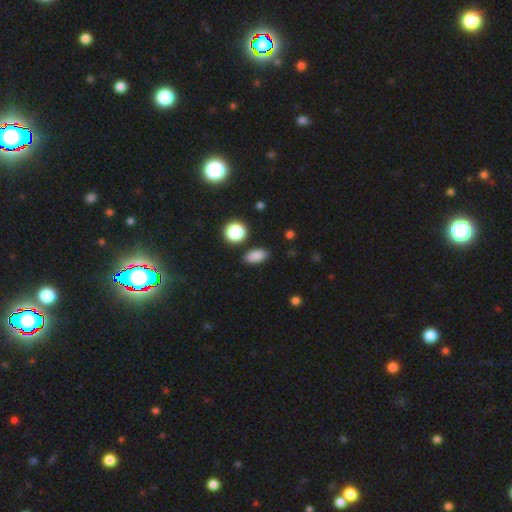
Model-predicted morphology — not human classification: A smooth galaxy with no disk features (85%) that is in between round and cigar-shaped (84%). Merging: none (85%).